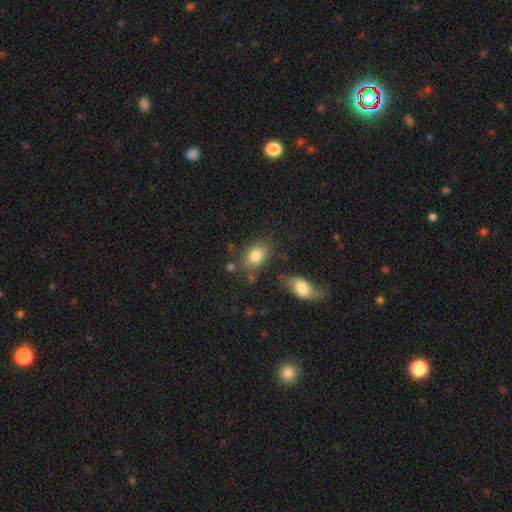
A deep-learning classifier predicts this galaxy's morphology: Smooth or featured?
  - smooth: 82% *
  - featured or disk: 9%
  - star or artifact: 8%
How rounded?
  - in between: 79% *
  - round: 19%
  - cigar-shaped: 2%
Merging?
  - none: 70% *
  - minor disturbance: 16%
  - merger: 9%
  - major disturbance: 6%